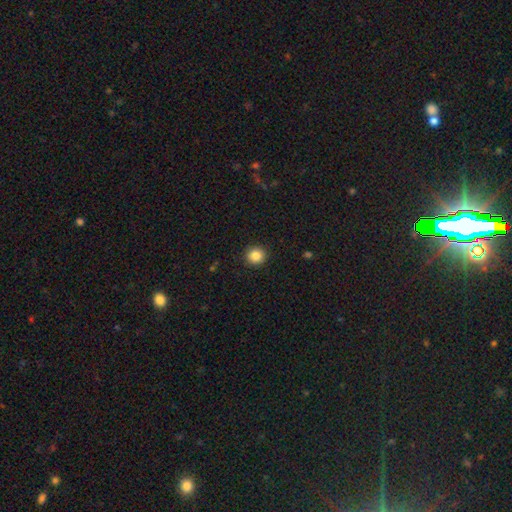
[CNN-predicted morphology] Smooth or featured?
  - smooth: 84% *
  - star or artifact: 10%
  - featured or disk: 5%
How rounded?
  - round: 93% *
  - in between: 6%
  - cigar-shaped: 1%
Merging?
  - none: 92% *
  - minor disturbance: 5%
  - major disturbance: 2%
  - merger: 1%